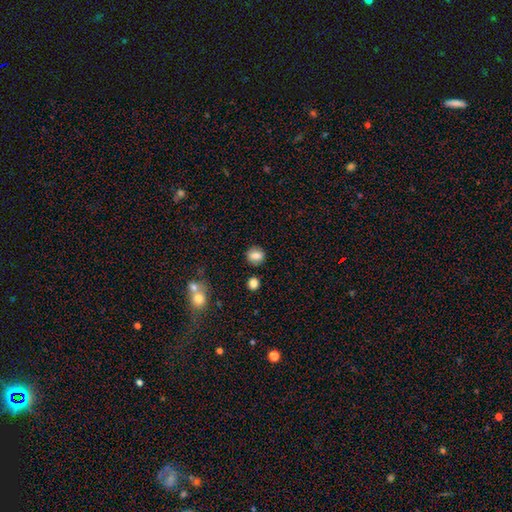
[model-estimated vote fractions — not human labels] smooth-or-featured: smooth: 82% | star or artifact: 10% | featured or disk: 8%
  how-rounded: round: 64% | in between: 35% | cigar-shaped: 1%
  merging: none: 82% | minor disturbance: 10% | merger: 5% | major disturbance: 3%